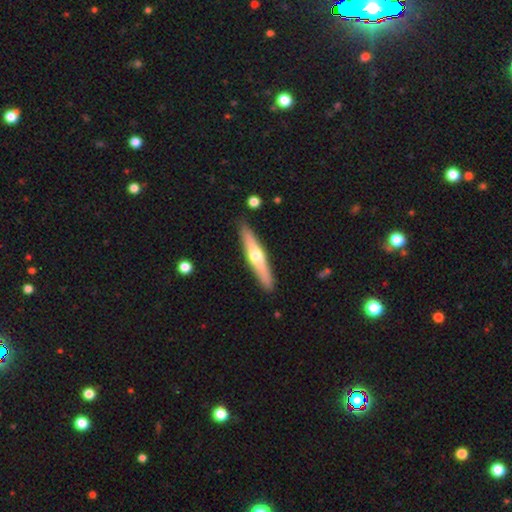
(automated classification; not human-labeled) This appears to be a featured or disk galaxy (57%) viewed edge-on (94%) with a rounded central bulge (90%). Merging: none (90%).